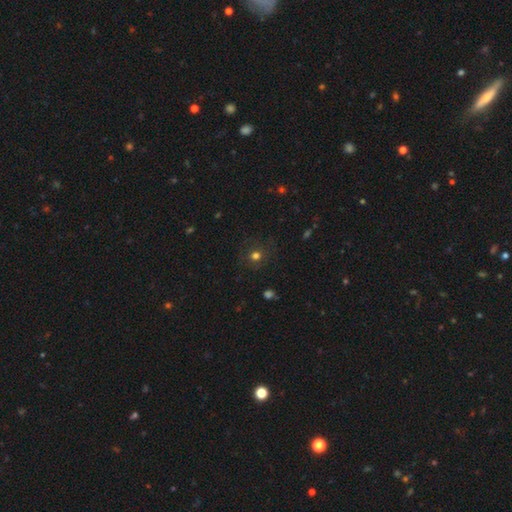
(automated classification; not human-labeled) The model was most divided on "smooth or featured": smooth: 67%, star or artifact: 22%, featured or disk: 11%. More confident: how rounded — round (85%); merging — none (82%).